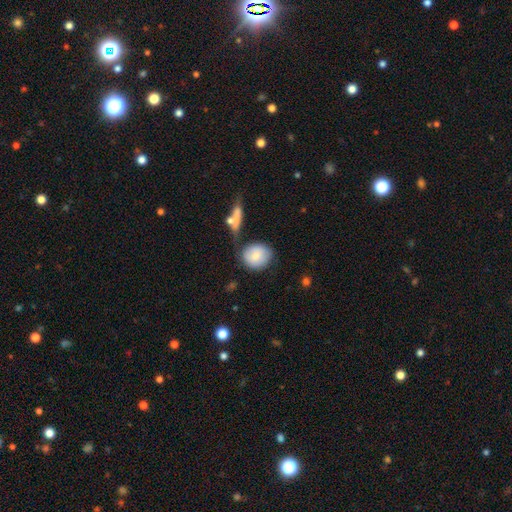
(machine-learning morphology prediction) This is likely a smooth galaxy (78%). How rounded: clearly round (82%). Merging: likely none (61%).